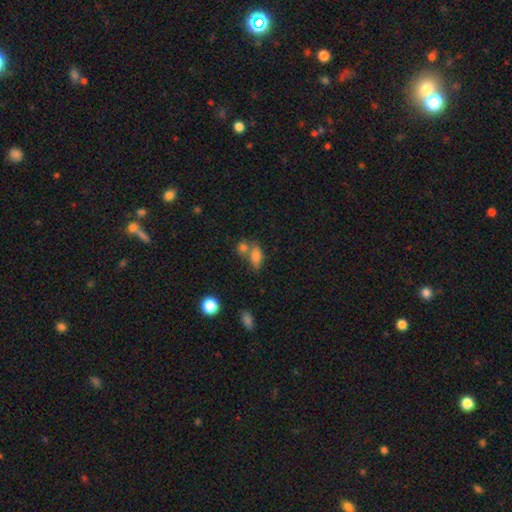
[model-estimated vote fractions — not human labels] Q: Smooth or featured?
A: smooth (76%); runner-up: featured or disk (13%)
Q: How rounded?
A: in between (77%); runner-up: cigar-shaped (14%)
Q: Merging?
A: none (43%); runner-up: merger (39%)